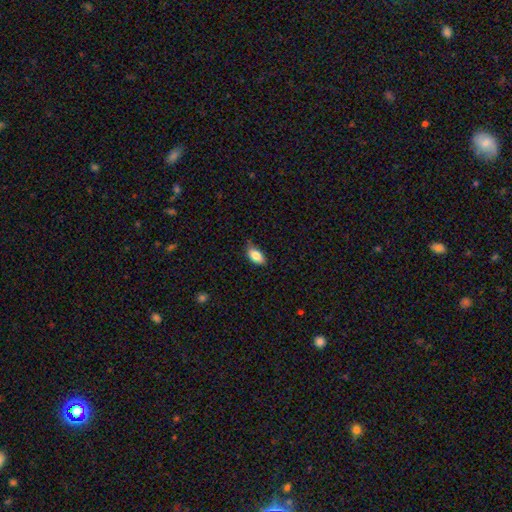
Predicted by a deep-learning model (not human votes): Smooth or featured? smooth (85%)
How rounded? in between (91%)
Merging? none (73%)